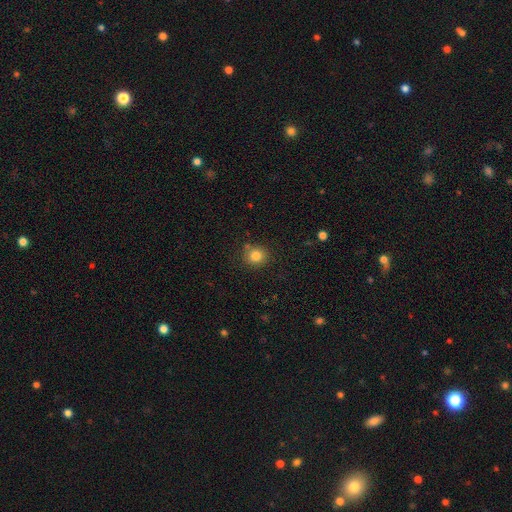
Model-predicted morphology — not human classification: Smooth or featured? Predicted: smooth (p=0.82). How rounded? Predicted: round (p=0.87). Merging? Predicted: none (p=0.83).